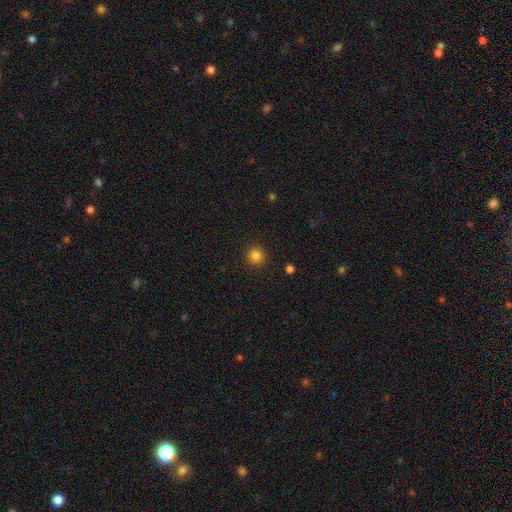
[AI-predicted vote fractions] Q: Smooth or featured?
A: smooth (84%); runner-up: star or artifact (12%)
Q: How rounded?
A: round (95%); runner-up: in between (4%)
Q: Merging?
A: none (92%); runner-up: minor disturbance (5%)